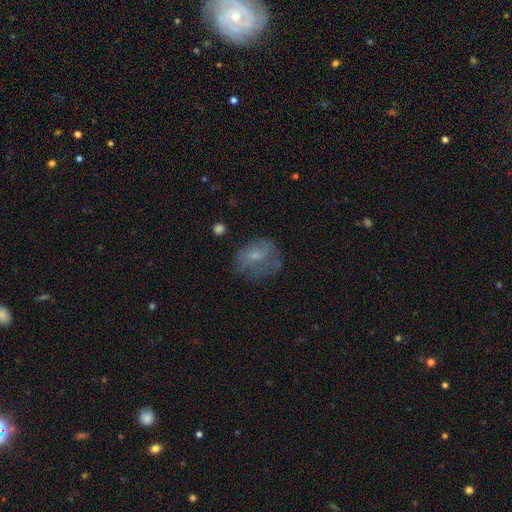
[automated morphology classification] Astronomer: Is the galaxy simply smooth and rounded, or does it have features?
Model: smooth — 56% (runner-up: featured or disk, 33%).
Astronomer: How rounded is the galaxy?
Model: round — 50% (runner-up: in between, 49%).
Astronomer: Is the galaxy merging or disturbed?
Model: none — 48% (runner-up: minor disturbance, 27%).